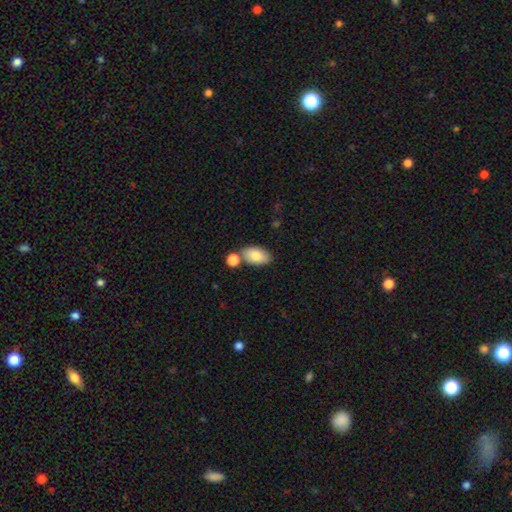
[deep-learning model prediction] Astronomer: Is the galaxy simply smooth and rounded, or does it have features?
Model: smooth — 82%.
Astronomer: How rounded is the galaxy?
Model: in between — 93%.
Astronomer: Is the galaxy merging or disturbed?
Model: none — 67%.